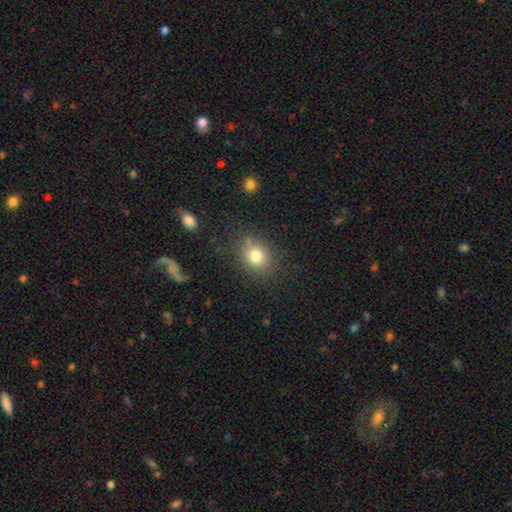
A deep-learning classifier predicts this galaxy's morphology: Smooth or featured? Predicted: smooth (p=0.79). How rounded? Predicted: round (p=0.54). Merging? Predicted: none (p=0.77).